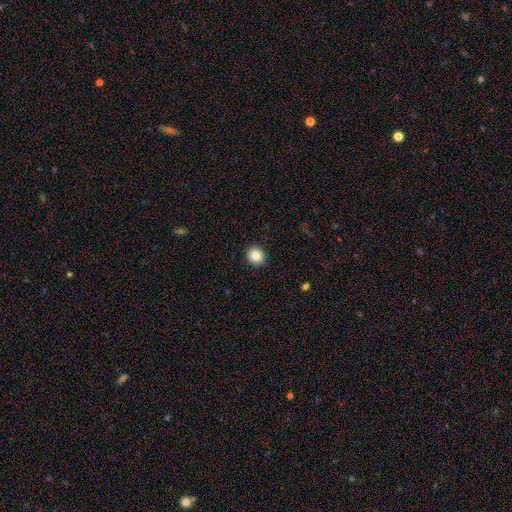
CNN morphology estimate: Smooth or featured? Predicted: smooth (p=0.86). How rounded? Predicted: round (p=0.88). Merging? Predicted: none (p=0.92).